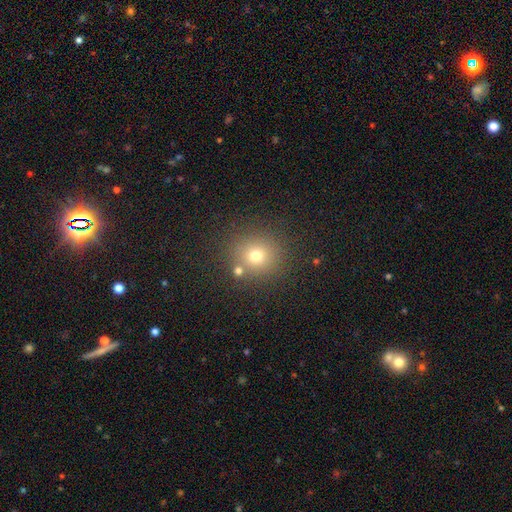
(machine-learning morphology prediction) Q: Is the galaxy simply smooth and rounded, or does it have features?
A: smooth — 70%.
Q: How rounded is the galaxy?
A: round — 89%.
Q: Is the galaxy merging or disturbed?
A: none — 78%.